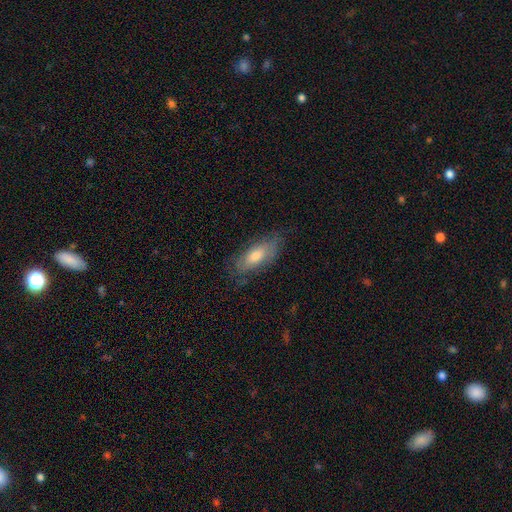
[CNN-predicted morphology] The model was most divided on "smooth or featured": smooth: 58%, featured or disk: 35%, star or artifact: 7%. More confident: how rounded — in between (75%); merging — none (71%).